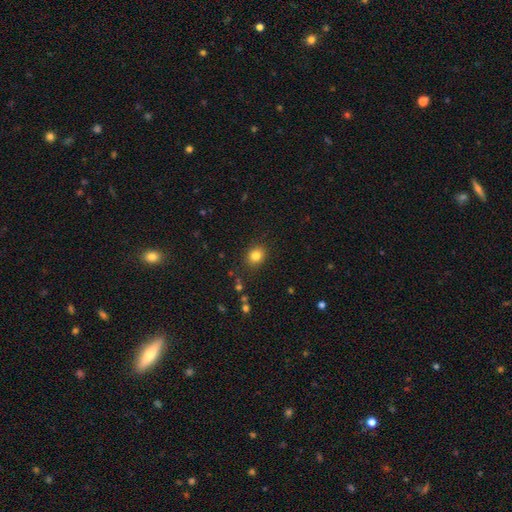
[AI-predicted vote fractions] Smooth or featured? Predicted: smooth (p=0.82). How rounded? Predicted: round (p=0.60). Merging? Predicted: none (p=0.87).